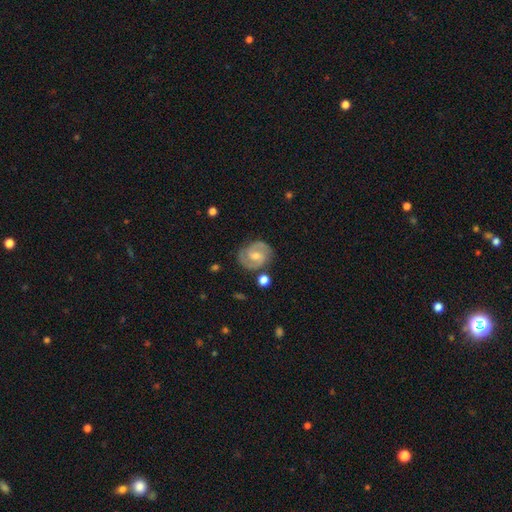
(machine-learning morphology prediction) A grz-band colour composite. It shows a featured or disk galaxy (83%) with a weak bar (51%), 2 (90%) tight (50%) spiral arms (96%) and a moderate central bulge (55%). Merging: none (83%).